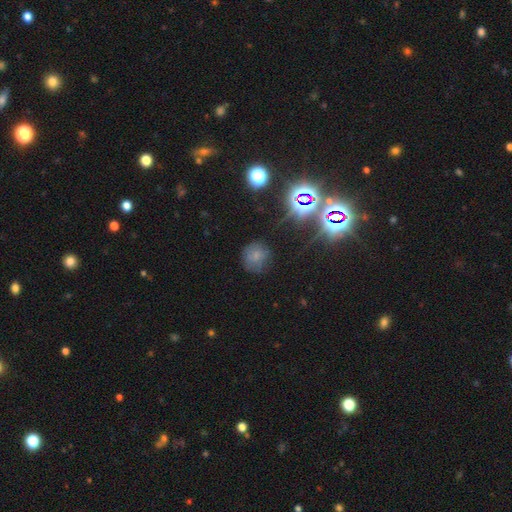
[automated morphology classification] Smooth or featured? Predicted: smooth (p=0.60). How rounded? Predicted: round (p=0.85). Merging? Predicted: none (p=0.68).